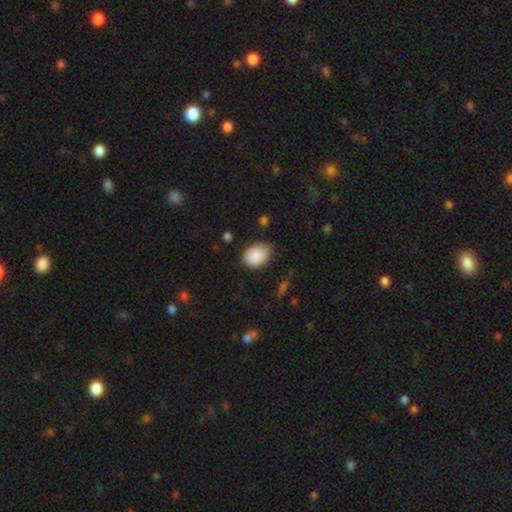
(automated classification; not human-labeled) A smooth galaxy with no disk features (88%) that is in between round and cigar-shaped (75%).

Vote fractions:
- Smooth or featured? smooth: 88% / star or artifact: 7% / featured or disk: 5%
- How rounded? in between: 75% / round: 24% / cigar-shaped: 1%
- Merging? none: 63% / minor disturbance: 30% / major disturbance: 5% / merger: 2%